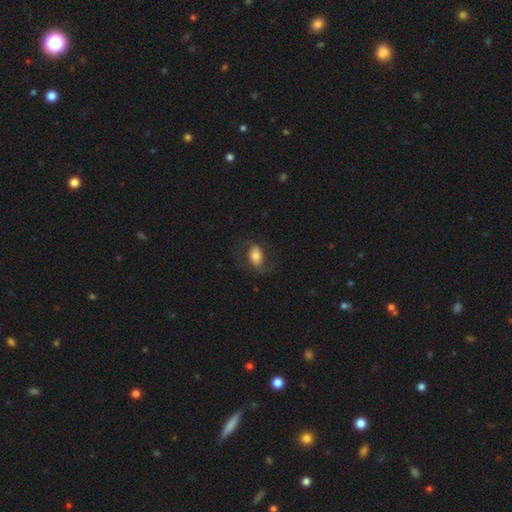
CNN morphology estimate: This appears to be a smooth galaxy with no disk features (65%) that is in between round and cigar-shaped (83%). Merging: none (68%).